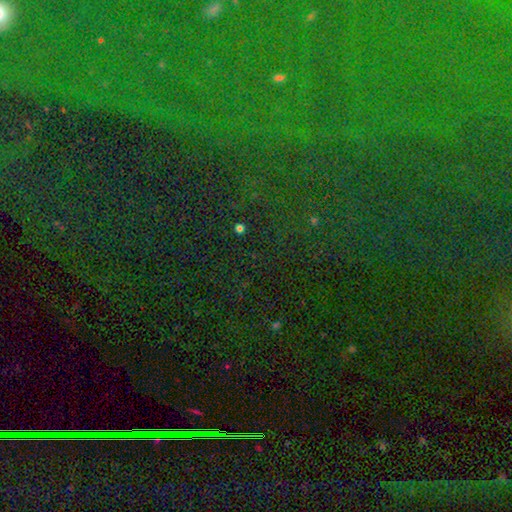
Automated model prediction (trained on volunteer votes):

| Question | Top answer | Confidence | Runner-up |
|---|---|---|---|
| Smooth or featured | star or artifact | 83% | smooth (9%) |